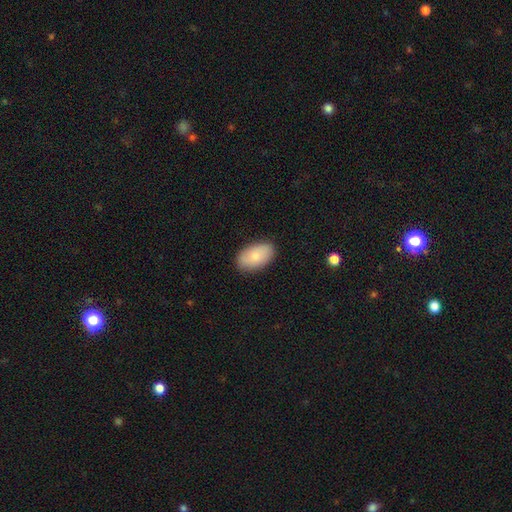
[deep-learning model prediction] Q: Smooth or featured?
A: smooth (81%); runner-up: featured or disk (13%)
Q: How rounded?
A: in between (94%); runner-up: round (5%)
Q: Merging?
A: none (86%); runner-up: minor disturbance (11%)